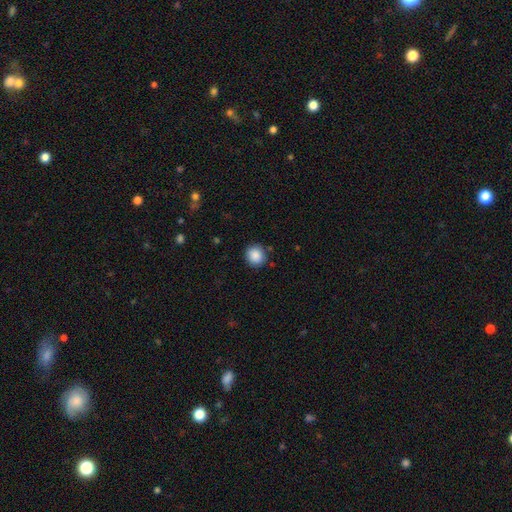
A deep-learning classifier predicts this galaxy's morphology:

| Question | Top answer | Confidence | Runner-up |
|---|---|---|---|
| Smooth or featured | smooth | 88% | star or artifact (8%) |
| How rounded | round | 91% | in between (8%) |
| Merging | none | 88% | minor disturbance (8%) |